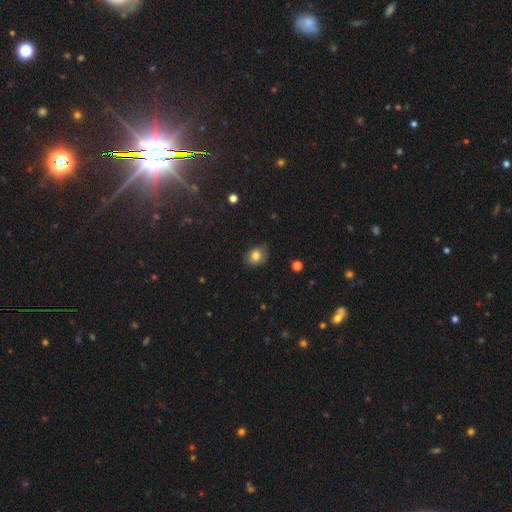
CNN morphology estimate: smooth_or_featured: smooth (p=0.80) [alt: featured or disk p=0.10]
how_rounded: in between (p=0.55) [alt: round p=0.44]
merging: none (p=0.73) [alt: minor disturbance p=0.22]